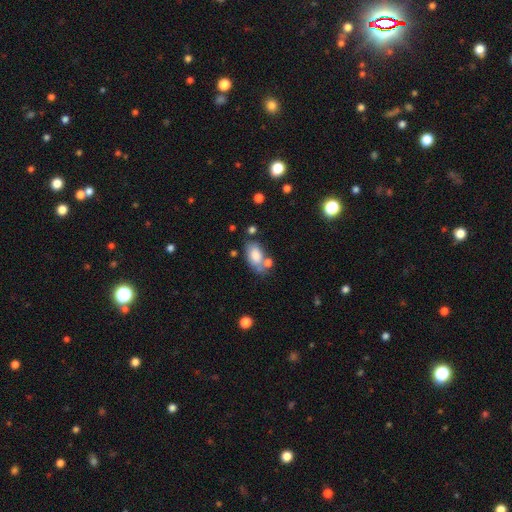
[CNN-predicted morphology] smooth-or-featured: smooth: 79% | featured or disk: 13% | star or artifact: 8%
  how-rounded: in between: 92% | round: 5% | cigar-shaped: 2%
  merging: none: 54% | minor disturbance: 20% | merger: 19% | major disturbance: 7%